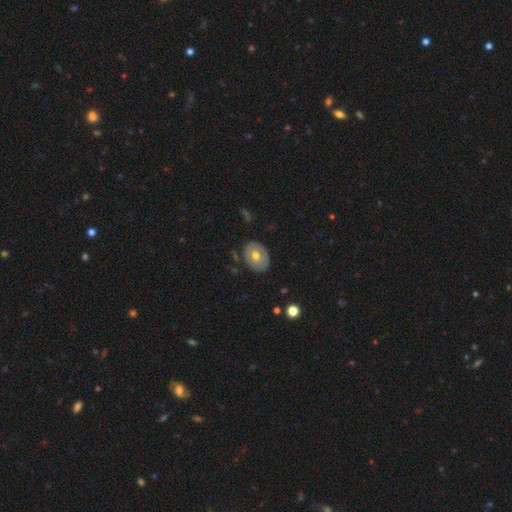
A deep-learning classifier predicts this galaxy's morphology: Smooth or featured? Predicted: smooth (p=0.61). How rounded? Predicted: in between (p=0.67). Merging? Predicted: none (p=0.82).